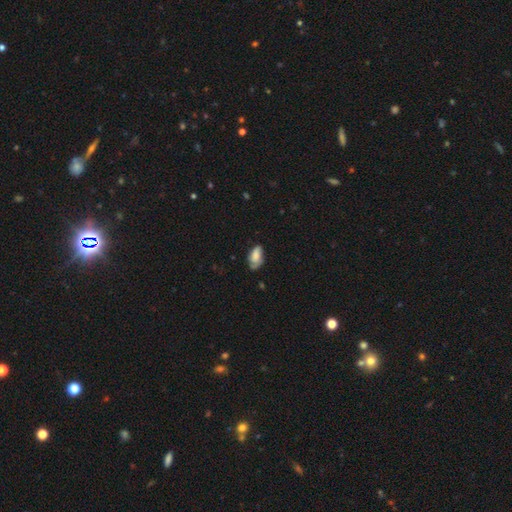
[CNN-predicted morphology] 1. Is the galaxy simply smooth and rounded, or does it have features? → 71% smooth, 21% featured or disk, 8% star or artifact.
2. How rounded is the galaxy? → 92% in between, 4% round, 4% cigar-shaped.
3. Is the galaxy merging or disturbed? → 56% none, 33% minor disturbance, 9% major disturbance, 2% merger.